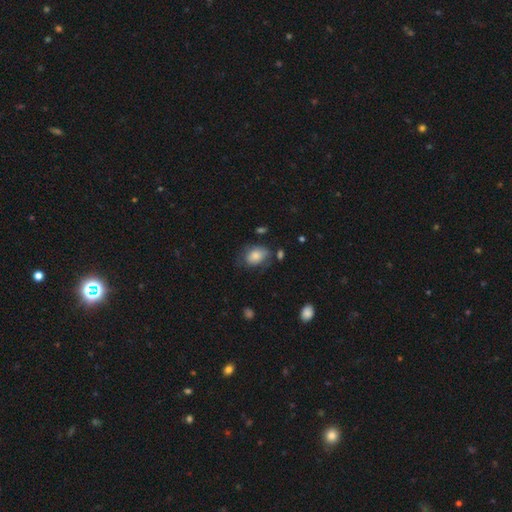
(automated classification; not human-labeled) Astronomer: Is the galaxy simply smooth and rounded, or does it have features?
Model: smooth — 78%.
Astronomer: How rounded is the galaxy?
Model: in between — 76%.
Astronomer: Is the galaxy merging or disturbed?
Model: none — 55%.